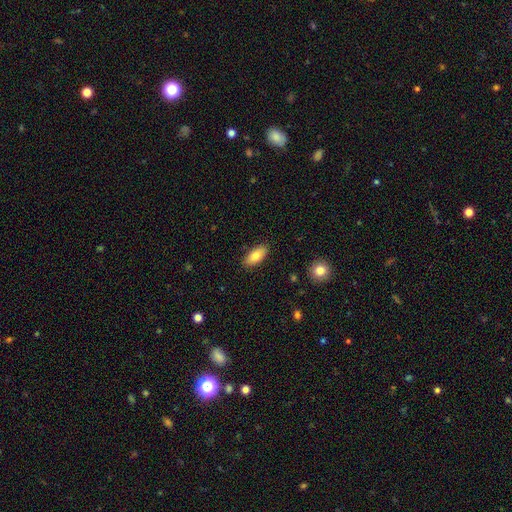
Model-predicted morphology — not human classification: Smooth or featured: smooth — 82% (featured or disk — 12%)
How rounded: in between — 88% (cigar-shaped — 10%)
Merging: none — 88% (minor disturbance — 9%)